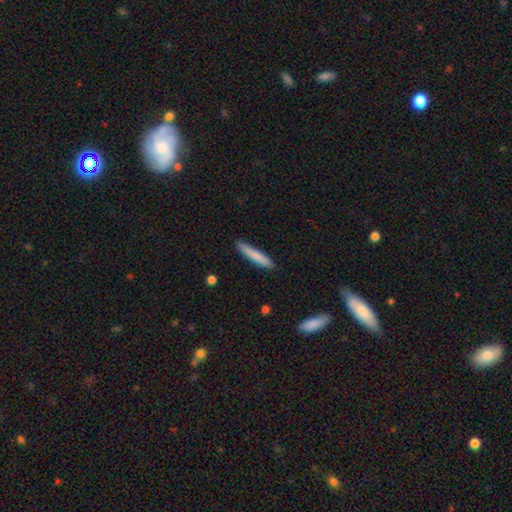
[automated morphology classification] A smooth galaxy with no disk features (79%) that is cigar-shaped (93%).

Vote fractions:
- Smooth or featured? smooth: 79% / featured or disk: 15% / star or artifact: 6%
- How rounded? cigar-shaped: 93% / in between: 6% / round: 1%
- Merging? none: 88% / minor disturbance: 9% / major disturbance: 2% / merger: 1%